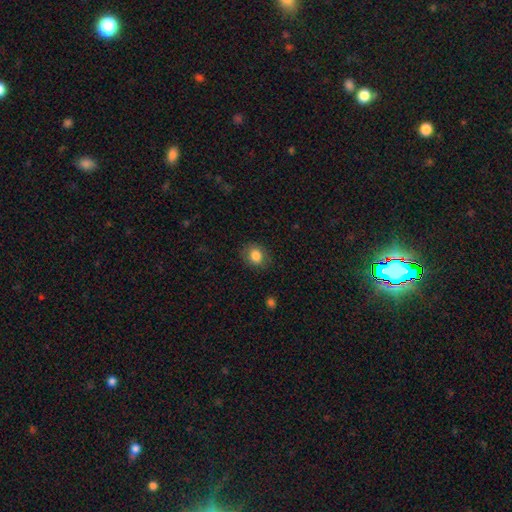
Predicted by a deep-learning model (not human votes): This appears to be a smooth galaxy with no disk features (83%) that is round (61%). Merging: none (83%).